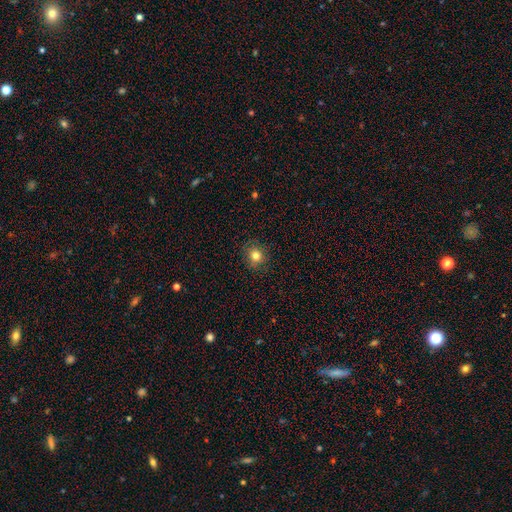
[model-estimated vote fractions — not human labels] This appears to be a smooth galaxy with no disk features (81%) that is round (85%). Merging: none (87%).